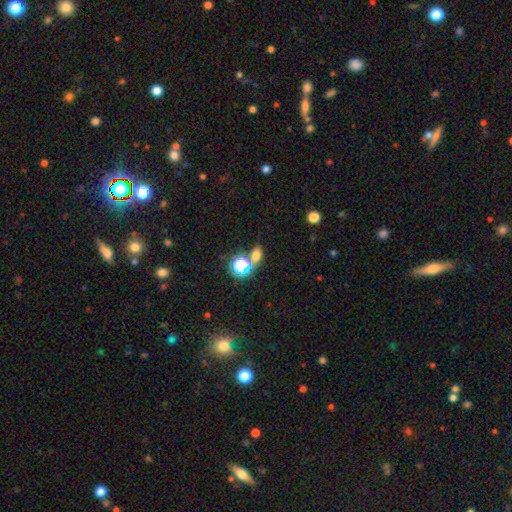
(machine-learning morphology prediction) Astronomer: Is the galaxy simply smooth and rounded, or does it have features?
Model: smooth — 59%.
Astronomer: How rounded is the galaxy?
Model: in between — 63%.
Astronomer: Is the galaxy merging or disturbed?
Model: none — 61%.